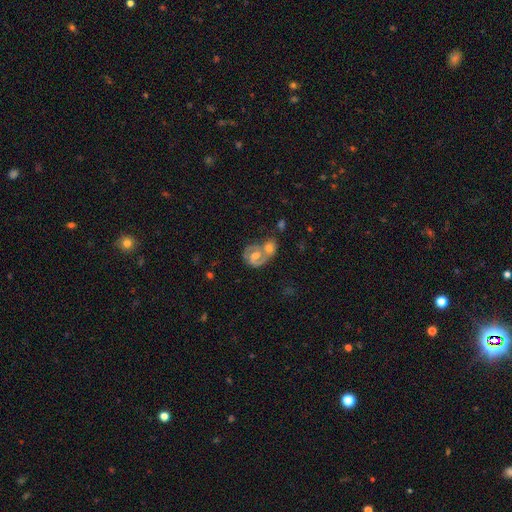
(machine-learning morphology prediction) A featured or disk galaxy (67%) with no bar (53%), 2 (66%) medium (45%) spiral arms (78%) and a moderate central bulge (66%). Merging: merger (56%).